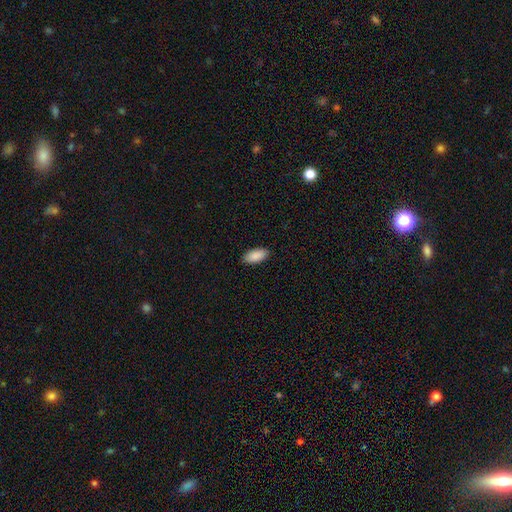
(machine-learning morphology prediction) smooth_or_featured: smooth (p=0.90) [alt: star or artifact p=0.06]
how_rounded: in between (p=0.92) [alt: cigar-shaped p=0.06]
merging: none (p=0.89) [alt: minor disturbance p=0.08]